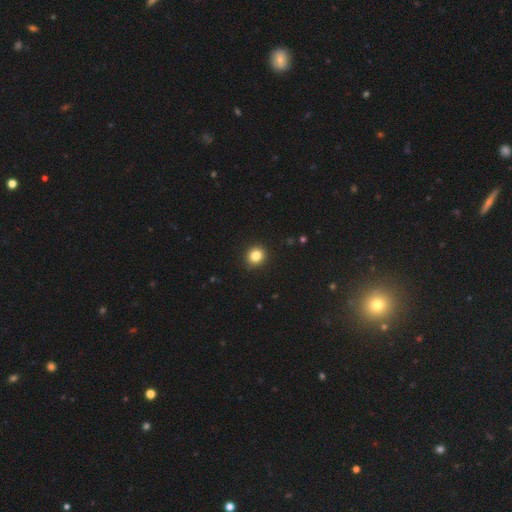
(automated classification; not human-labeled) Smooth or featured?
  - smooth: 83% *
  - star or artifact: 11%
  - featured or disk: 5%
How rounded?
  - round: 88% *
  - in between: 11%
  - cigar-shaped: 1%
Merging?
  - none: 91% *
  - minor disturbance: 6%
  - major disturbance: 2%
  - merger: 1%